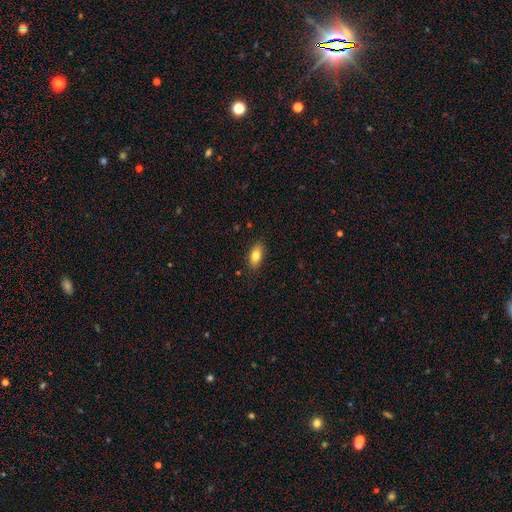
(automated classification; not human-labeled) smooth 81%, featured or disk 12%, star or artifact 7%. Down the decision tree: how rounded — in between (88%); merging — none (87%).